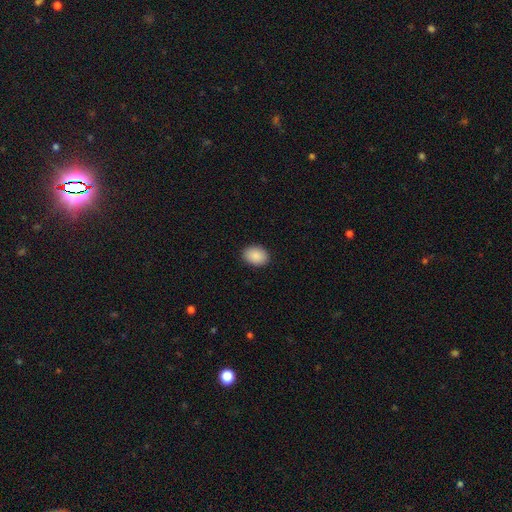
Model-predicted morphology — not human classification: Smooth or featured?
  - smooth: 90% *
  - star or artifact: 7%
  - featured or disk: 3%
How rounded?
  - in between: 79% *
  - round: 20%
  - cigar-shaped: 1%
Merging?
  - none: 90% *
  - minor disturbance: 7%
  - major disturbance: 2%
  - merger: 1%